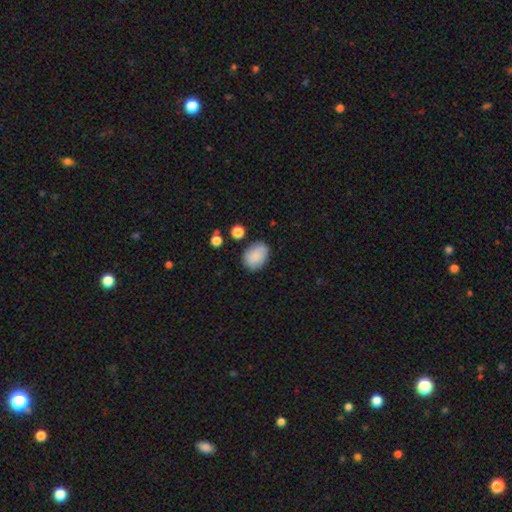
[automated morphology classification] This appears to be a smooth galaxy with no disk features (85%) that is in between round and cigar-shaped (73%). Merging: none (77%).